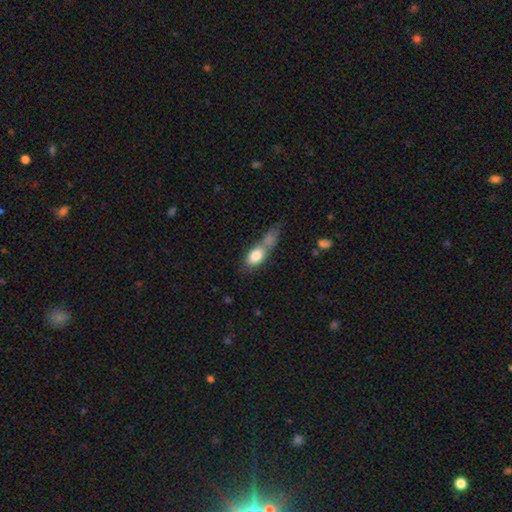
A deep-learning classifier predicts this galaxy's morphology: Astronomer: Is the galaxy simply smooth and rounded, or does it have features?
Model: smooth — 77%.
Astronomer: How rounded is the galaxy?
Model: in between — 79%.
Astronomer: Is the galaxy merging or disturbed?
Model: merger — 53%.